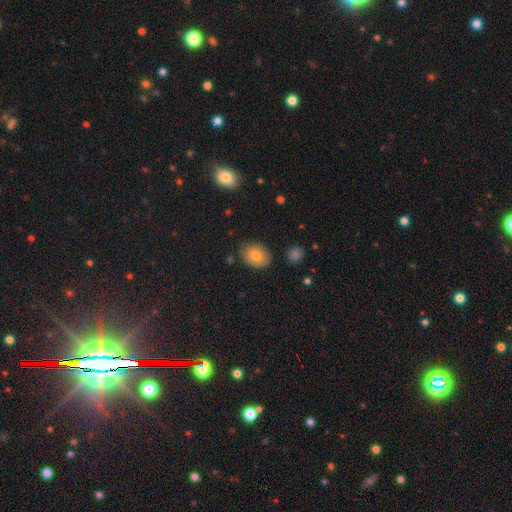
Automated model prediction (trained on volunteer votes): Smooth or featured: smooth — 78% (featured or disk — 13%)
How rounded: in between — 57% (round — 42%)
Merging: none — 83% (minor disturbance — 13%)